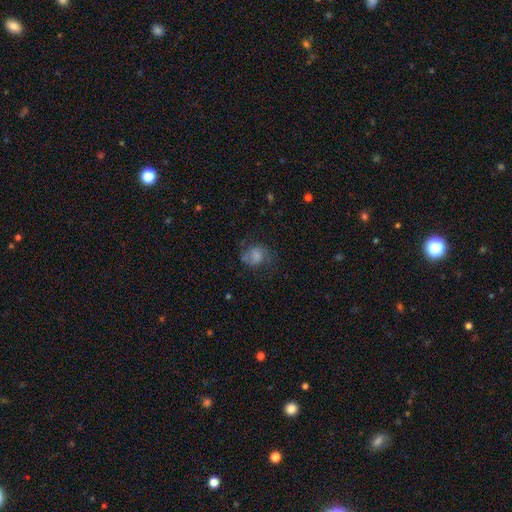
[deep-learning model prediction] smooth_or_featured: smooth (p=0.55) [alt: featured or disk p=0.34]
how_rounded: round (p=0.61) [alt: in between p=0.38]
merging: none (p=0.48) [alt: minor disturbance p=0.25]